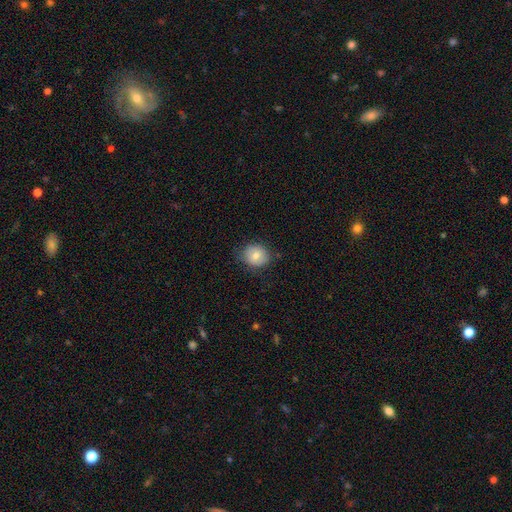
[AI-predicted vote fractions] Morphology: type=smooth (76%); roundness=round (74%); merging=none (80%).